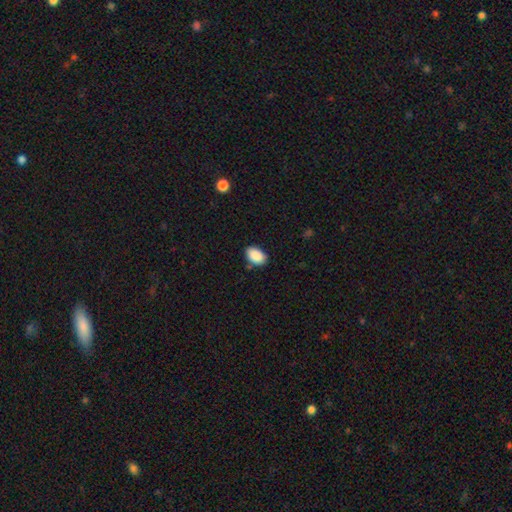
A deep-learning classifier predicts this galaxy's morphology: Overall: smooth (90%). How rounded: in between (90%). Merging: none (81%).